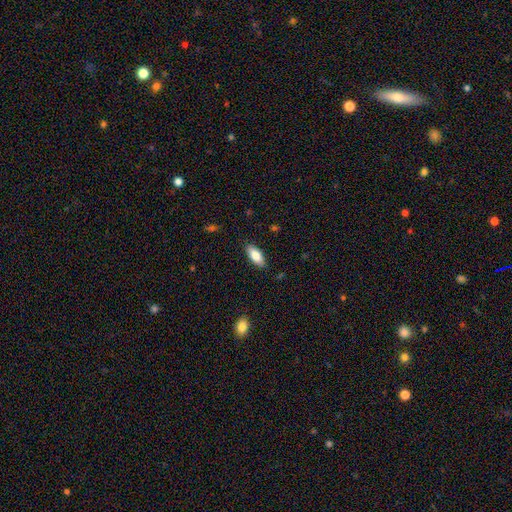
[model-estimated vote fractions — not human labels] Morphology: type=smooth (80%); roundness=in between (83%); merging=none (87%).